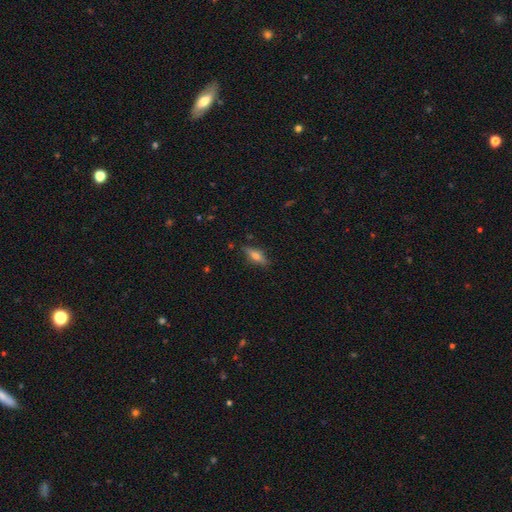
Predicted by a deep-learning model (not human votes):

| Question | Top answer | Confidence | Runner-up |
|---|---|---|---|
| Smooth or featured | smooth | 50% | featured or disk (41%) |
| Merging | none | 82% | minor disturbance (14%) |